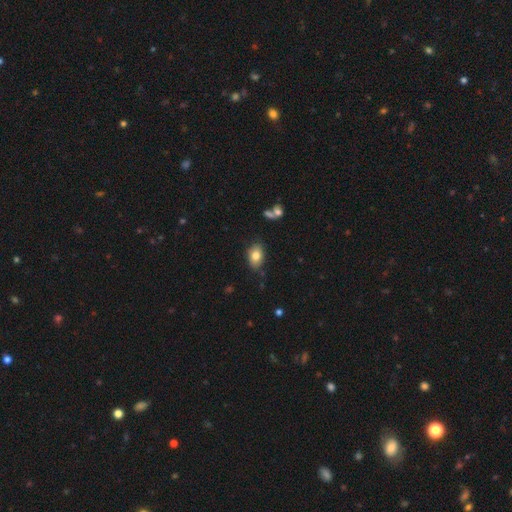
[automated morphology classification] Q: Smooth or featured?
A: smooth (81%); runner-up: featured or disk (11%)
Q: How rounded?
A: in between (79%); runner-up: round (19%)
Q: Merging?
A: none (78%); runner-up: minor disturbance (16%)